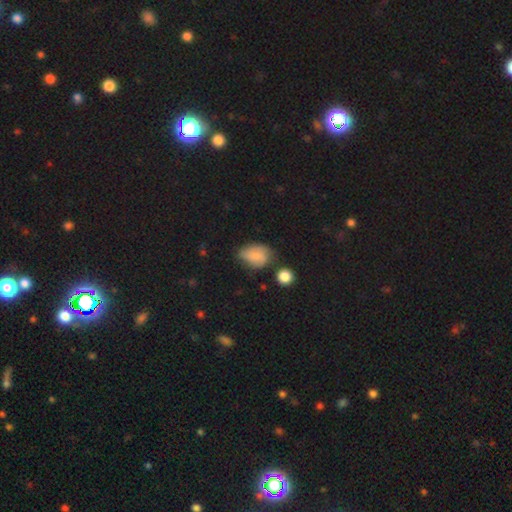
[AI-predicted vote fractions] A smooth galaxy with no disk features (69%) that is in between round and cigar-shaped (76%). Merging: none (48%).